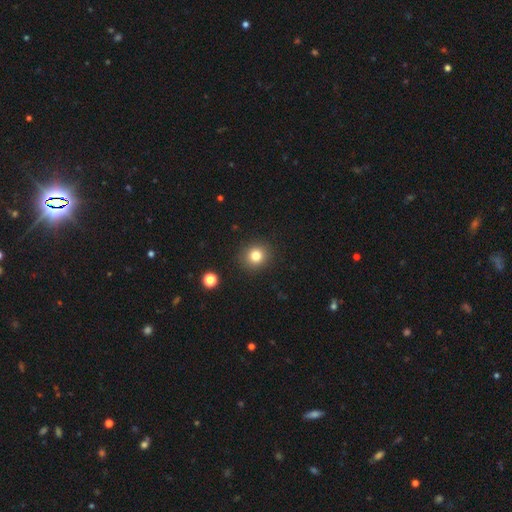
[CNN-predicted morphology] This is clearly a smooth galaxy (81%). How rounded: clearly round (86%). Merging: clearly none (90%).